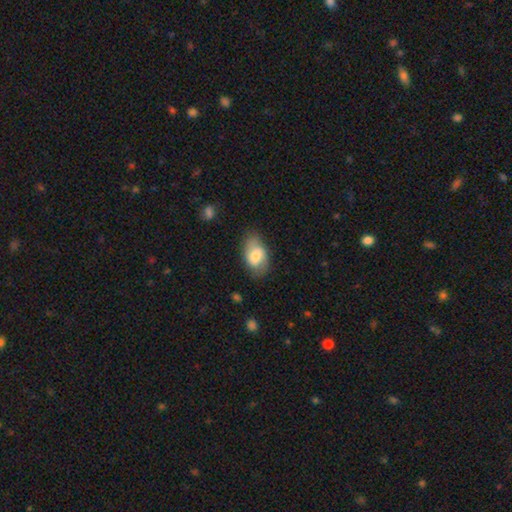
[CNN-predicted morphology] Smooth or featured? smooth (67%)
How rounded? in between (90%)
Merging? none (71%)